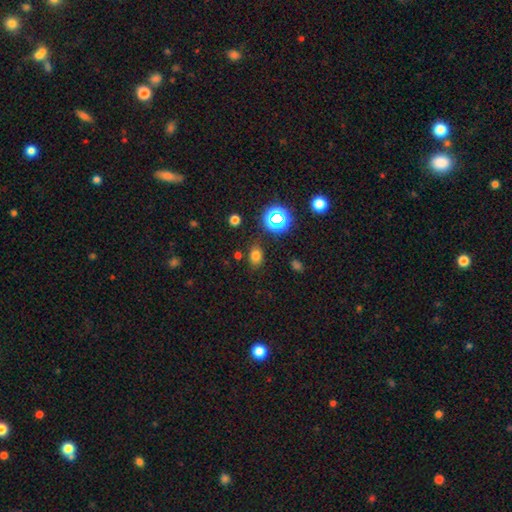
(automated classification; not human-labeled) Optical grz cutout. It shows a smooth galaxy with no disk features (71%) that is in between round and cigar-shaped (66%). Merging: none (80%).